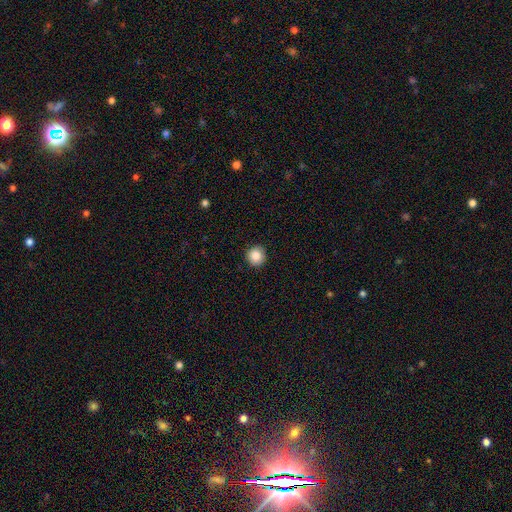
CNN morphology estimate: Smooth or featured?
  - smooth: 87% *
  - star or artifact: 9%
  - featured or disk: 4%
How rounded?
  - round: 95% *
  - in between: 4%
  - cigar-shaped: 1%
Merging?
  - none: 92% *
  - minor disturbance: 6%
  - major disturbance: 2%
  - merger: 1%